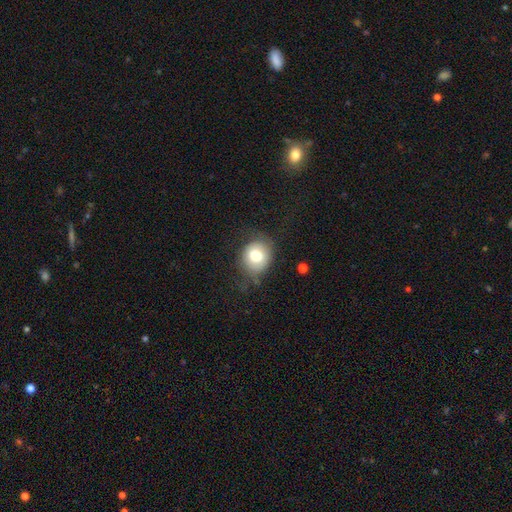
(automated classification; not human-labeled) A smooth galaxy with no disk features (75%) that is round (73%).

Vote fractions:
- Smooth or featured? smooth: 75% / featured or disk: 15% / star or artifact: 10%
- How rounded? round: 73% / in between: 26% / cigar-shaped: 1%
- Merging? none: 66% / minor disturbance: 23% / major disturbance: 10% / merger: 2%